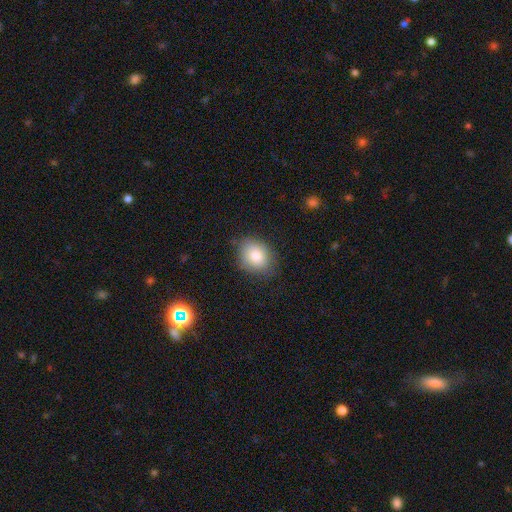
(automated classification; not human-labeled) Morphology: type=smooth (82%); roundness=in between (52%); merging=none (77%).